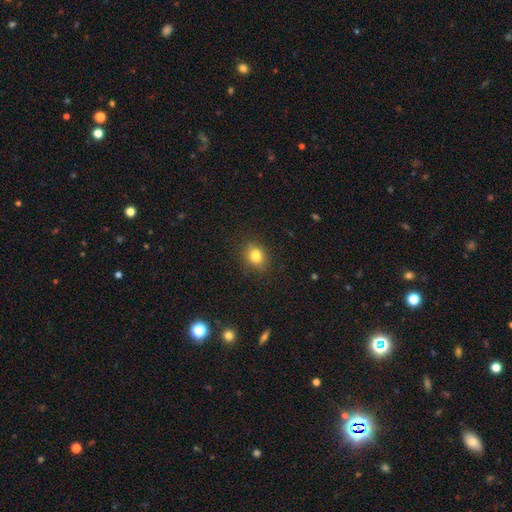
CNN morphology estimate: A smooth galaxy with no disk features (81%) that is in between round and cigar-shaped (50%).

Vote fractions:
- Smooth or featured? smooth: 81% / star or artifact: 12% / featured or disk: 7%
- How rounded? in between: 50% / round: 49% / cigar-shaped: 1%
- Merging? none: 82% / minor disturbance: 13% / major disturbance: 3% / merger: 2%